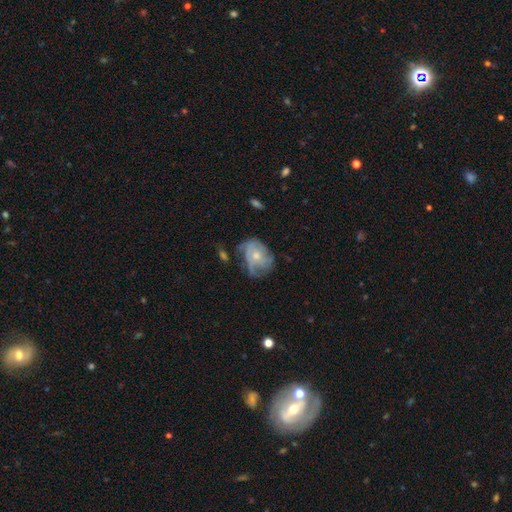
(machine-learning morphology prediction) This is likely a featured or disk galaxy (68%). It is clearly not viewed edge-on (97%). Bar: clearly no (83%). Spiral arm pattern: likely yes (77%). Spiral arm count: marginally can't tell (42%). Spiral winding: possibly tight (48%). Central bulge: possibly moderate (54%). Merging: possibly none (49%).